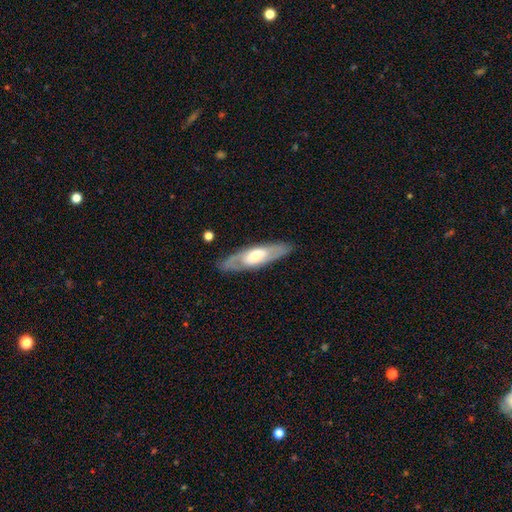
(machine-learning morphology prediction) A featured or disk galaxy (63%).

Vote fractions:
- Smooth or featured? featured or disk: 63% / smooth: 32% / star or artifact: 5%
- Edge-on disk? no: 70% / yes: 30%
- Merging? none: 84% / minor disturbance: 11% / major disturbance: 4% / merger: 1%